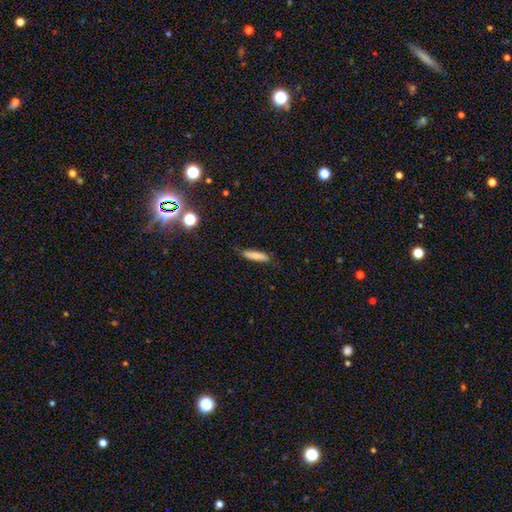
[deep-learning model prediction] Smooth or featured?
  - smooth: 80% *
  - featured or disk: 13%
  - star or artifact: 8%
How rounded?
  - cigar-shaped: 80% *
  - in between: 18%
  - round: 2%
Merging?
  - none: 80% *
  - minor disturbance: 16%
  - major disturbance: 3%
  - merger: 2%